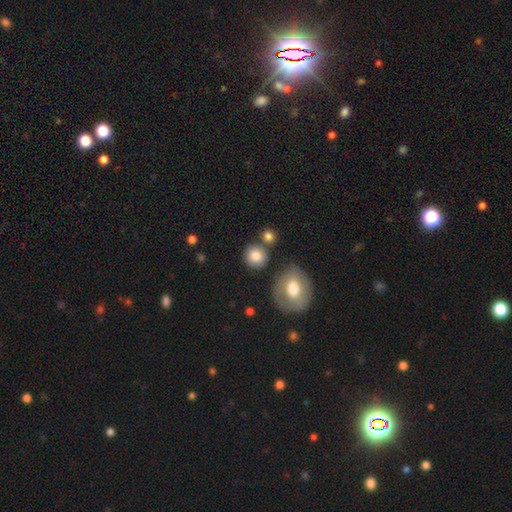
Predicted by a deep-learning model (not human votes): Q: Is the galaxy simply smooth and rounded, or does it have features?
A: smooth — 84%.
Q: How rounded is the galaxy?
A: round — 86%.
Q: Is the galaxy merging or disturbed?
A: none — 74%.